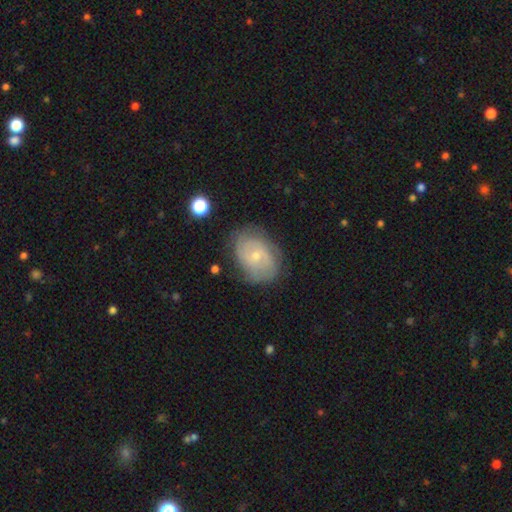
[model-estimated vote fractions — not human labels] featured or disk 66%, smooth 27%, star or artifact 7%. Down the decision tree: edge-on disk — no (97%); bar — no (70%); spiral arms — yes (83%); spiral arm count — can't tell (40%); spiral winding — tight (56%); bulge size — small (69%); merging — none (72%).